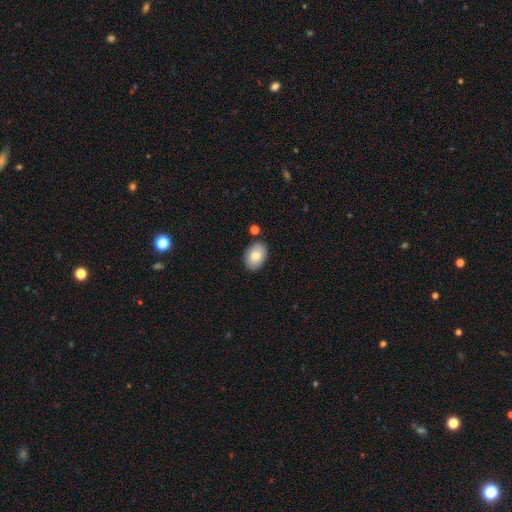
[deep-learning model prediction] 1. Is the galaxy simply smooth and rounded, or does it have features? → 81% smooth, 12% featured or disk, 7% star or artifact.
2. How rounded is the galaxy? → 84% in between, 15% round, 1% cigar-shaped.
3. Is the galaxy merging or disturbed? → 84% none, 10% minor disturbance, 3% merger, 2% major disturbance.